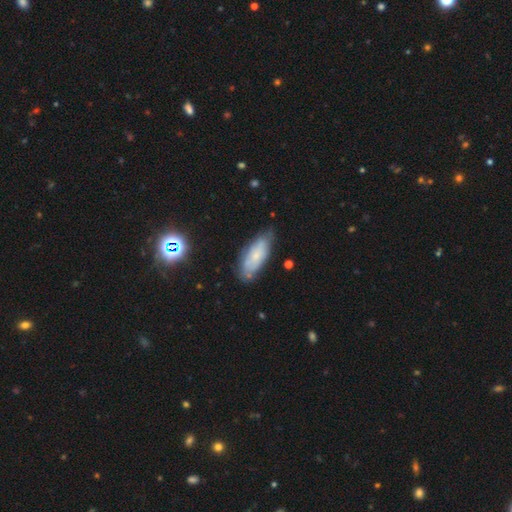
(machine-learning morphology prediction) A smooth galaxy with no disk features (54%) that is in between round and cigar-shaped (76%). Merging: none (69%).